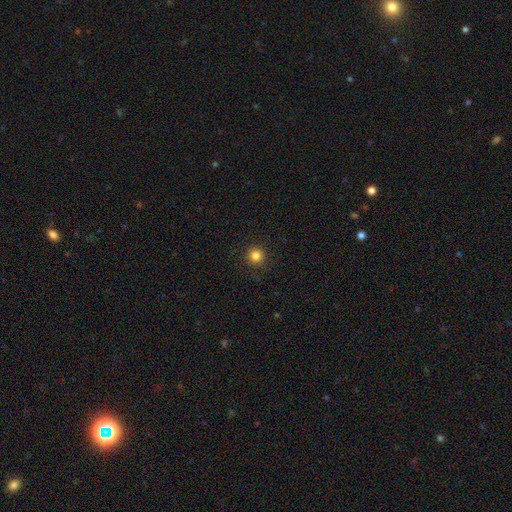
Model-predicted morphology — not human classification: Smooth or featured?
  - smooth: 83% *
  - star or artifact: 13%
  - featured or disk: 5%
How rounded?
  - round: 96% *
  - in between: 4%
  - cigar-shaped: 1%
Merging?
  - none: 91% *
  - minor disturbance: 6%
  - major disturbance: 2%
  - merger: 1%